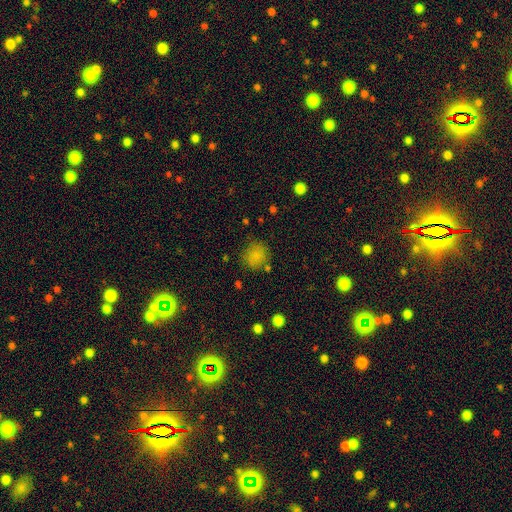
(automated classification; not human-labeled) A smooth galaxy with no disk features (81%) that is round (85%).

Vote fractions:
- Smooth or featured? smooth: 81% / star or artifact: 13% / featured or disk: 7%
- How rounded? round: 85% / in between: 14% / cigar-shaped: 1%
- Merging? none: 76% / minor disturbance: 15% / major disturbance: 5% / merger: 4%